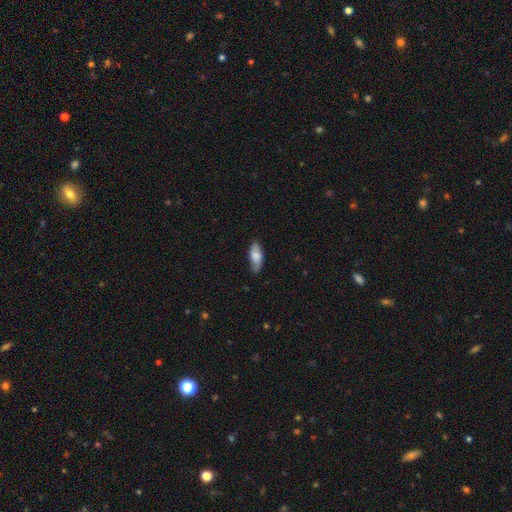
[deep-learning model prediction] Smooth or featured: smooth — 72% (featured or disk — 21%)
How rounded: in between — 79% (cigar-shaped — 18%)
Merging: none — 76% (minor disturbance — 20%)